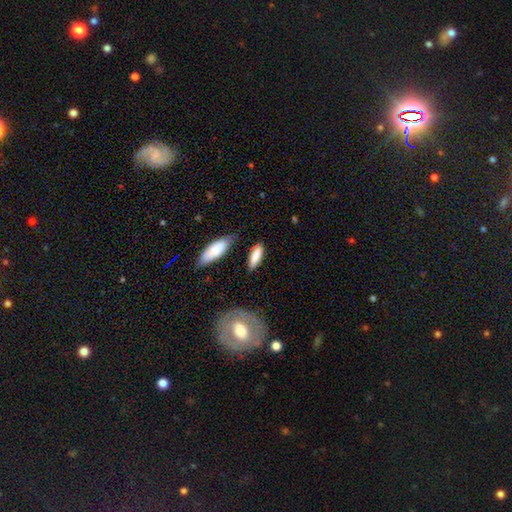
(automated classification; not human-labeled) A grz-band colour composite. It shows a smooth galaxy with no disk features (84%) that is in between round and cigar-shaped (62%). Merging: none (73%).